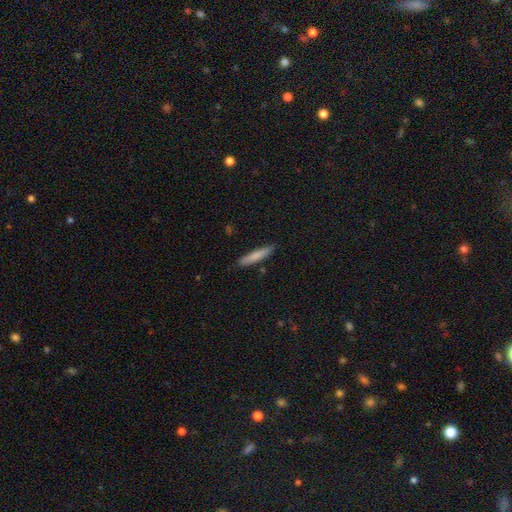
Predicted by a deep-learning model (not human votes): smooth-or-featured: smooth: 77% | featured or disk: 18% | star or artifact: 6%
  how-rounded: cigar-shaped: 91% | in between: 8% | round: 1%
  merging: none: 88% | minor disturbance: 9% | merger: 2% | major disturbance: 2%